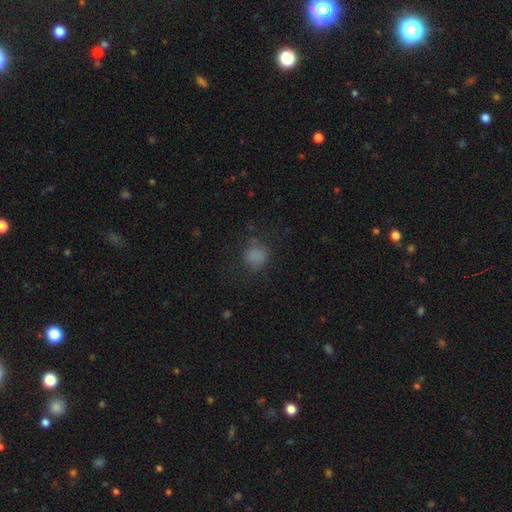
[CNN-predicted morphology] Smooth or featured? smooth (78%)
How rounded? round (81%)
Merging? none (73%)